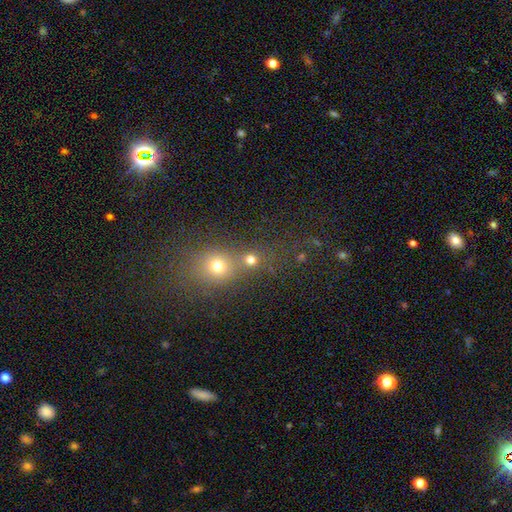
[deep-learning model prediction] This is possibly a smooth galaxy (58%). How rounded: likely round (78%). Merging: marginally merger (44%, tied with none).